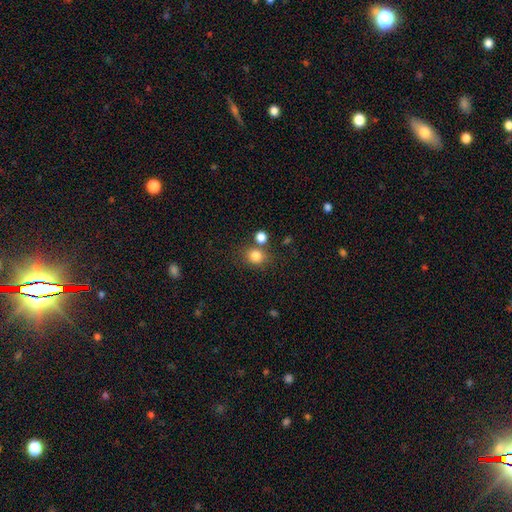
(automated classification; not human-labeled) This appears to be a smooth galaxy with no disk features (81%) that is round (75%). Merging: none (68%).